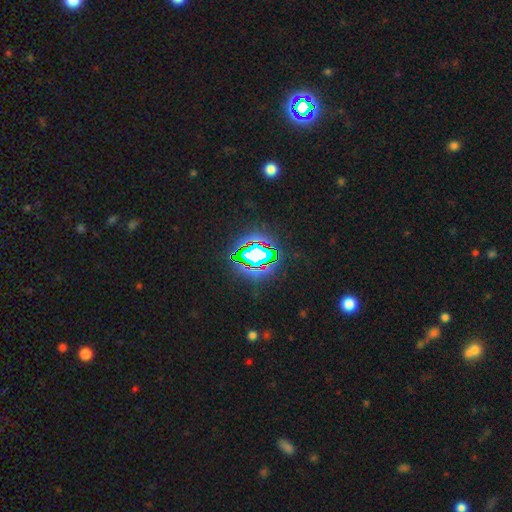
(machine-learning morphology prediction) smooth_or_featured: star or artifact (p=0.70) [alt: smooth p=0.15]